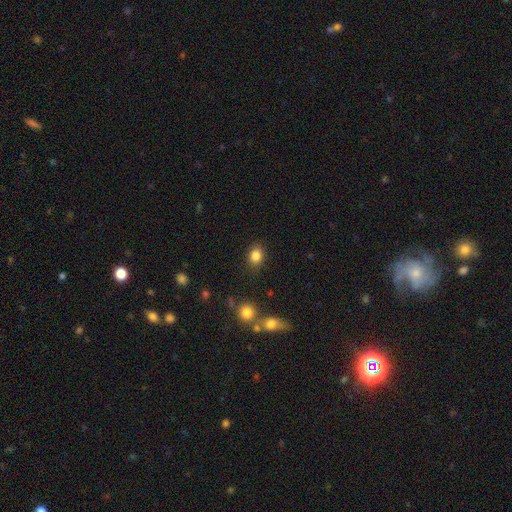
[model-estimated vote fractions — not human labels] Overall: smooth (85%). How rounded: round (54%; in between 45%). Merging: none (84%).